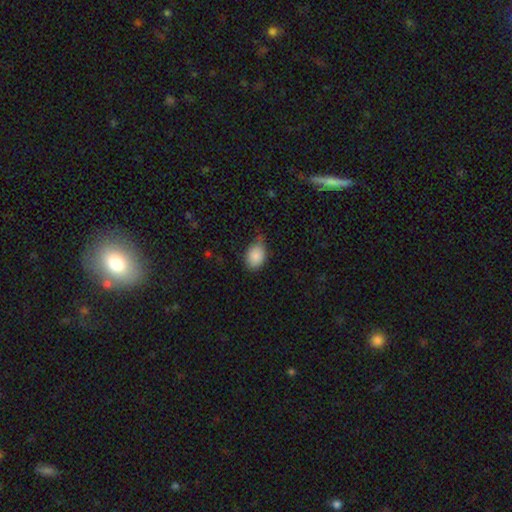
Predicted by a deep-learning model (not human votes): Overall: smooth (87%). How rounded: in between (80%). Merging: none (55%; minor disturbance 37%).